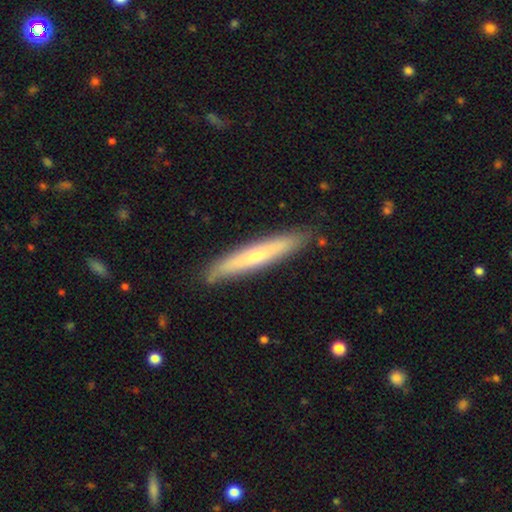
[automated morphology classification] A smooth galaxy with no disk features (52%) that is cigar-shaped (94%).

Vote fractions:
- Smooth or featured? smooth: 52% / featured or disk: 43% / star or artifact: 5%
- How rounded? cigar-shaped: 94% / in between: 5% / round: 1%
- Merging? none: 87% / minor disturbance: 10% / major disturbance: 2% / merger: 1%